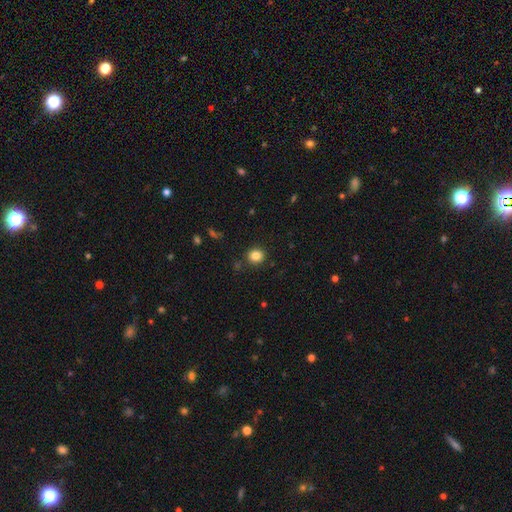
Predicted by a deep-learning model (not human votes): Q: Smooth or featured?
A: smooth (84%); runner-up: star or artifact (11%)
Q: How rounded?
A: round (81%); runner-up: in between (18%)
Q: Merging?
A: none (88%); runner-up: minor disturbance (8%)